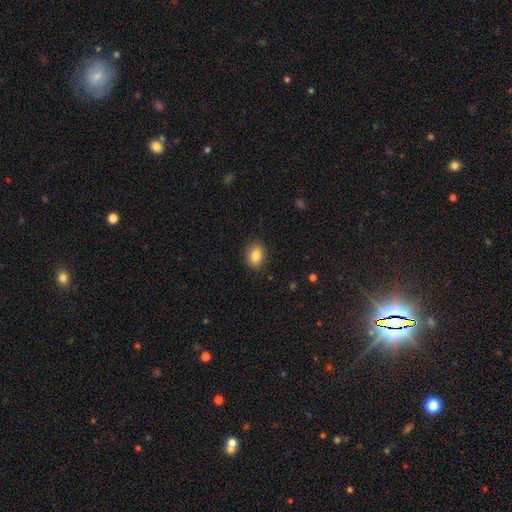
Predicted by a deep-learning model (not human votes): Morphology: type=smooth (84%); roundness=in between (77%); merging=none (86%).